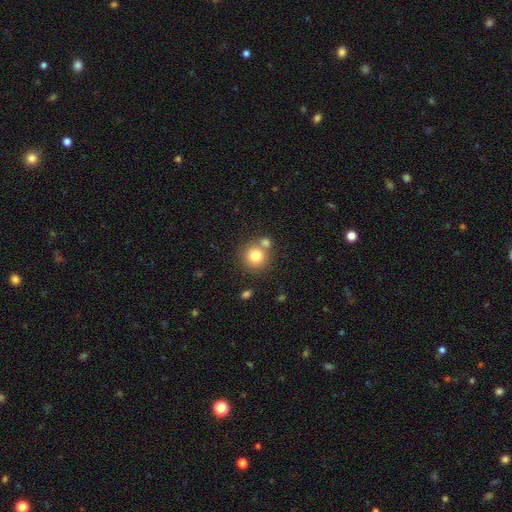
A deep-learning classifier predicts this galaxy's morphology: Q: Smooth or featured?
A: smooth (79%); runner-up: featured or disk (11%)
Q: How rounded?
A: round (91%); runner-up: in between (8%)
Q: Merging?
A: none (62%); runner-up: merger (27%)